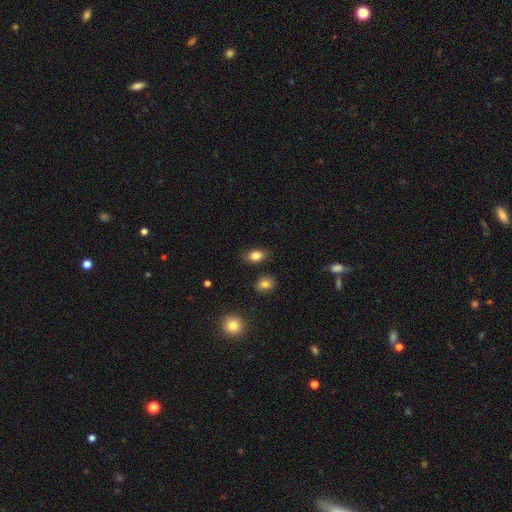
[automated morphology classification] A smooth galaxy with no disk features (83%) that is in between round and cigar-shaped (82%).

Vote fractions:
- Smooth or featured? smooth: 83% / star or artifact: 9% / featured or disk: 7%
- How rounded? in between: 82% / round: 17% / cigar-shaped: 2%
- Merging? none: 83% / minor disturbance: 11% / merger: 3% / major disturbance: 3%